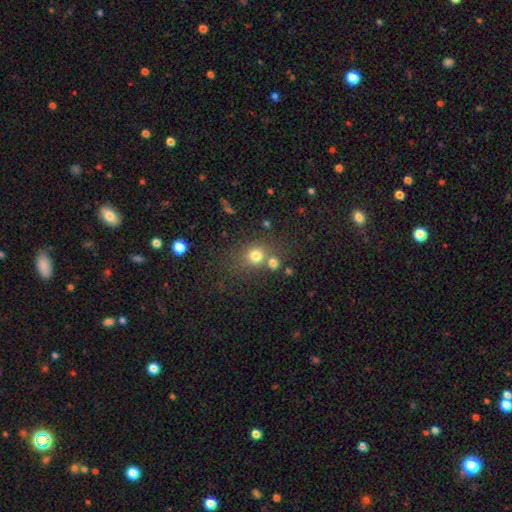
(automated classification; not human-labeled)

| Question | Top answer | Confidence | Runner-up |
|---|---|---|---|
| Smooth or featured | smooth | 75% | star or artifact (15%) |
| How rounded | round | 78% | in between (20%) |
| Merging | none | 58% | merger (26%) |